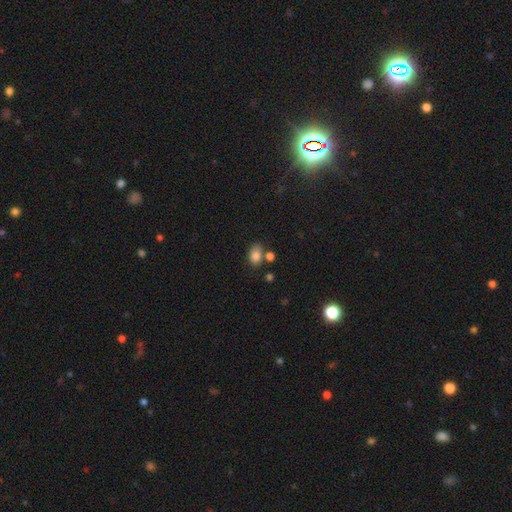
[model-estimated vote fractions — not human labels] Smooth or featured? Predicted: smooth (p=0.83). How rounded? Predicted: in between (p=0.80). Merging? Predicted: none (p=0.57).